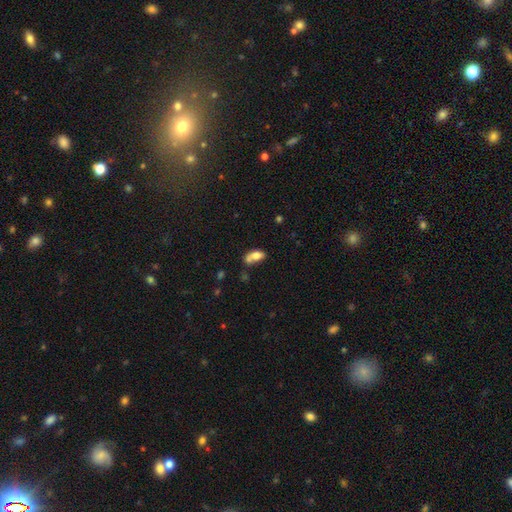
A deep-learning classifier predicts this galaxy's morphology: Overall: smooth (73%). How rounded: in between (84%). Merging: merger (43%; none 31%).